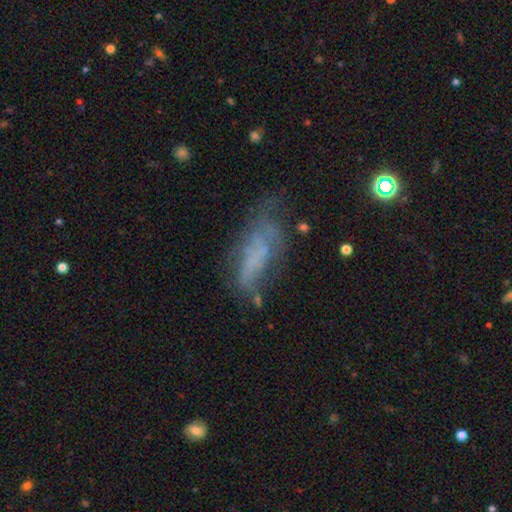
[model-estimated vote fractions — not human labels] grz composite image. It shows a featured or disk galaxy (45%). Merging: none (41%).